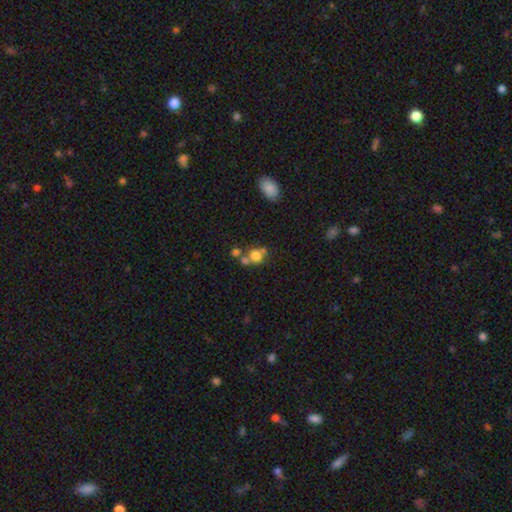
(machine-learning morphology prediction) Smooth or featured?
  - smooth: 71% *
  - featured or disk: 15%
  - star or artifact: 14%
How rounded?
  - round: 76% *
  - in between: 23%
  - cigar-shaped: 1%
Merging?
  - none: 42% * (tied)
  - merger: 42% * (tied)
  - minor disturbance: 10%
  - major disturbance: 6%